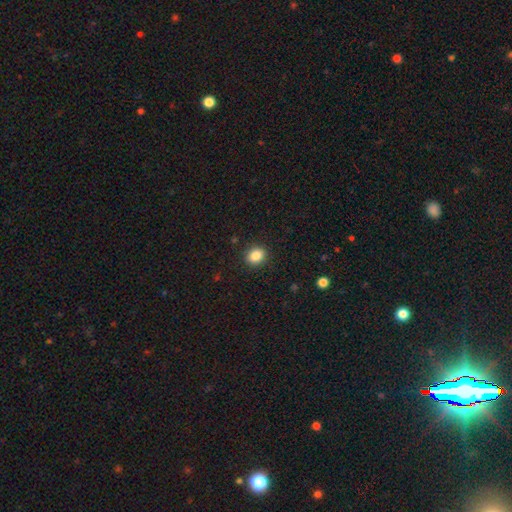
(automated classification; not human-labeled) Q: Smooth or featured?
A: smooth (86%); runner-up: star or artifact (10%)
Q: How rounded?
A: round (64%); runner-up: in between (35%)
Q: Merging?
A: none (91%); runner-up: minor disturbance (6%)